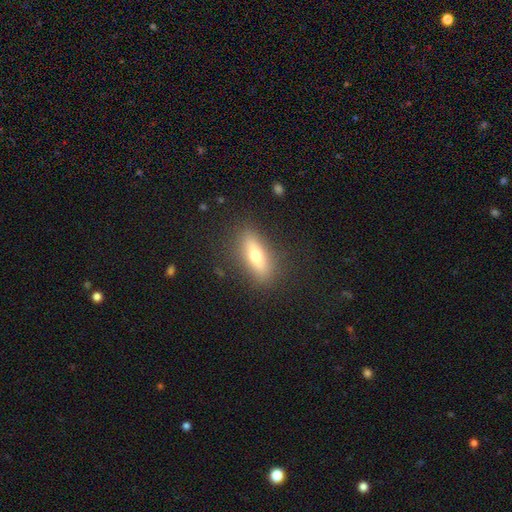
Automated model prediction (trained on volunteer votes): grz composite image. It shows a smooth galaxy with no disk features (63%) that is in between round and cigar-shaped (51%). Merging: none (86%).